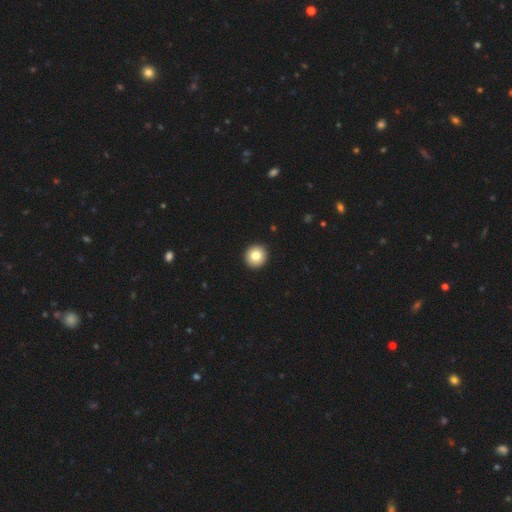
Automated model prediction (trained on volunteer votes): The model was most divided on "smooth or featured": smooth: 82%, featured or disk: 9%, star or artifact: 9%. More confident: how rounded — round (95%); merging — none (94%).